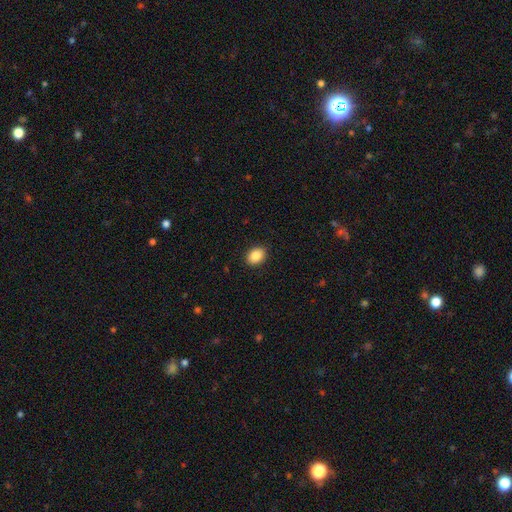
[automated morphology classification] Smooth or featured? Predicted: smooth (p=0.87). How rounded? Predicted: in between (p=0.65). Merging? Predicted: none (p=0.90).